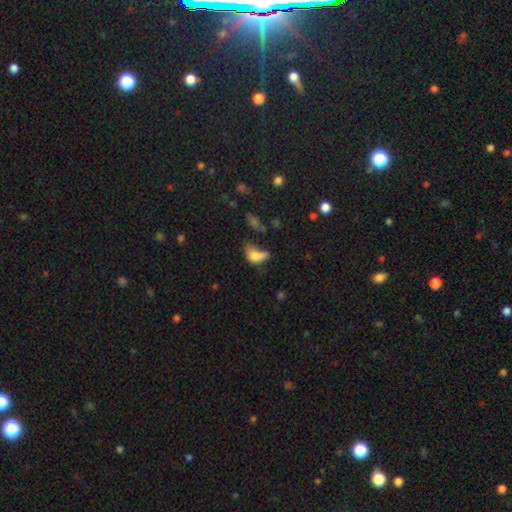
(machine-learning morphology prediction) Q: Smooth or featured?
A: smooth (71%); runner-up: featured or disk (16%)
Q: How rounded?
A: in between (81%); runner-up: round (13%)
Q: Merging?
A: major disturbance (37%); runner-up: minor disturbance (26%)